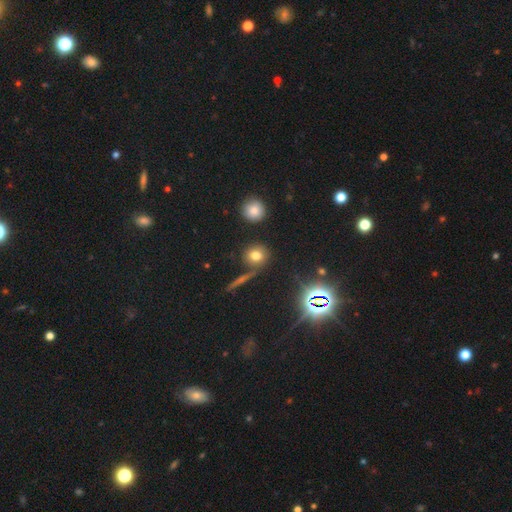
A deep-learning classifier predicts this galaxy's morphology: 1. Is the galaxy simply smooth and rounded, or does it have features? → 72% smooth, 18% star or artifact, 11% featured or disk.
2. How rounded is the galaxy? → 83% round, 15% in between, 2% cigar-shaped.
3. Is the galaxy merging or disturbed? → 78% none, 10% minor disturbance, 9% merger, 4% major disturbance.